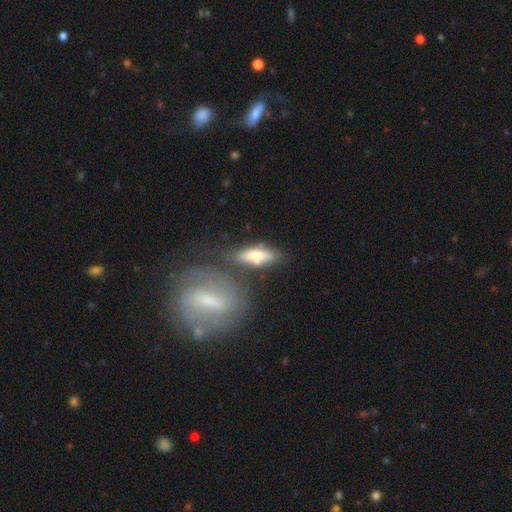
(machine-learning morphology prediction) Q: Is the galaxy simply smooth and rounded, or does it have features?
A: smooth — 49%.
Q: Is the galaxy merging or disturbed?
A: none — 61%.